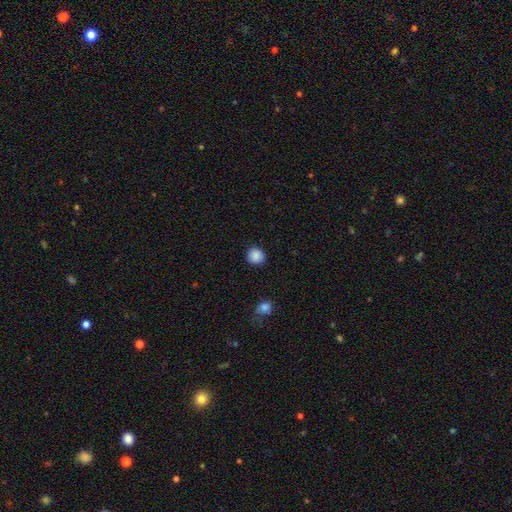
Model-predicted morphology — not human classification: Smooth or featured? smooth (88%)
How rounded? round (88%)
Merging? none (89%)